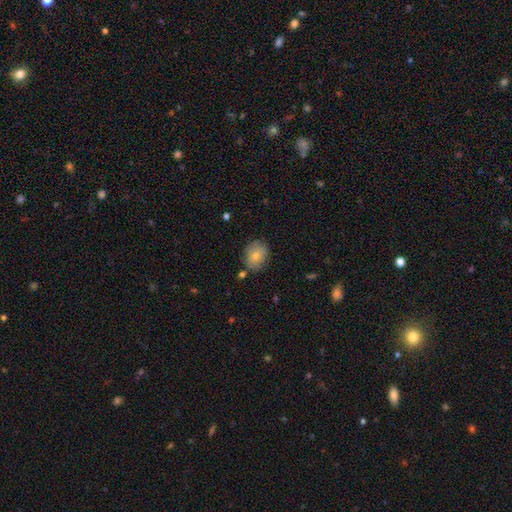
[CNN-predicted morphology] smooth-or-featured: smooth: 78% | featured or disk: 14% | star or artifact: 8%
  how-rounded: in between: 51% | round: 48% | cigar-shaped: 1%
  merging: none: 77% | minor disturbance: 16% | merger: 4% | major disturbance: 3%